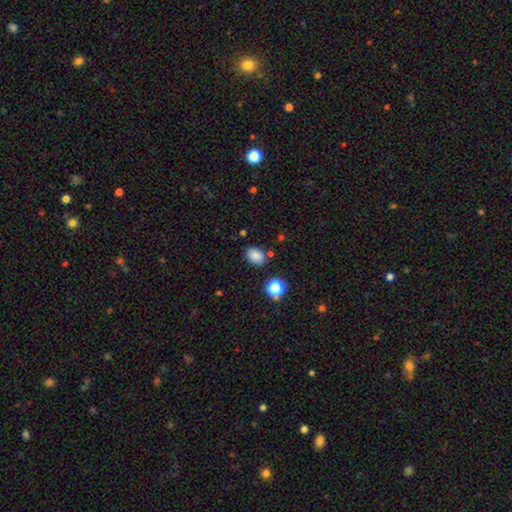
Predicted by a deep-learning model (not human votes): smooth 83%, star or artifact 12%, featured or disk 5%. Down the decision tree: how rounded — in between (75%); merging — none (81%).